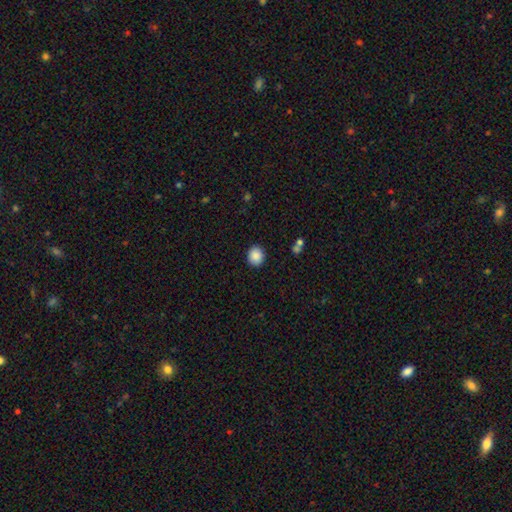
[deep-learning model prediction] Smooth or featured: smooth — 88% (star or artifact — 8%)
How rounded: round — 68% (in between — 31%)
Merging: none — 90% (minor disturbance — 7%)